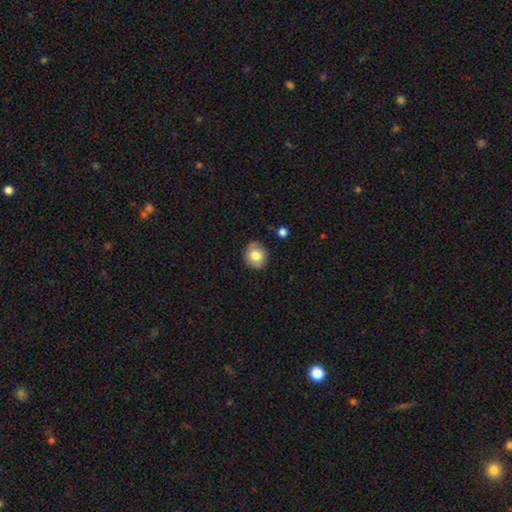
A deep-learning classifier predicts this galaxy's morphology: This is likely a smooth galaxy (77%). How rounded: clearly round (80%). Merging: clearly none (83%).